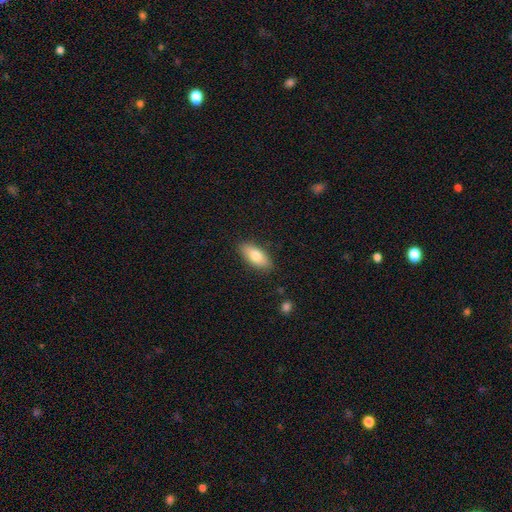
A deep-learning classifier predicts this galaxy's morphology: Overall: smooth (77%). How rounded: in between (85%). Merging: none (86%).